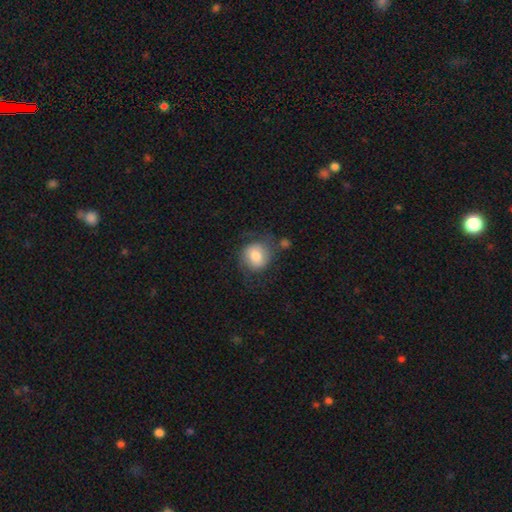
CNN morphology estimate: Smooth or featured? Predicted: smooth (p=0.66). How rounded? Predicted: round (p=0.79). Merging? Predicted: none (p=0.59).